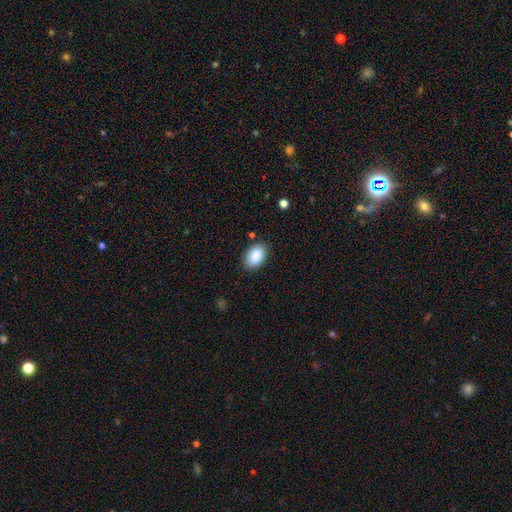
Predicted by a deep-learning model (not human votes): smooth 88%, star or artifact 7%, featured or disk 5%. Down the decision tree: how rounded — in between (89%); merging — none (84%).